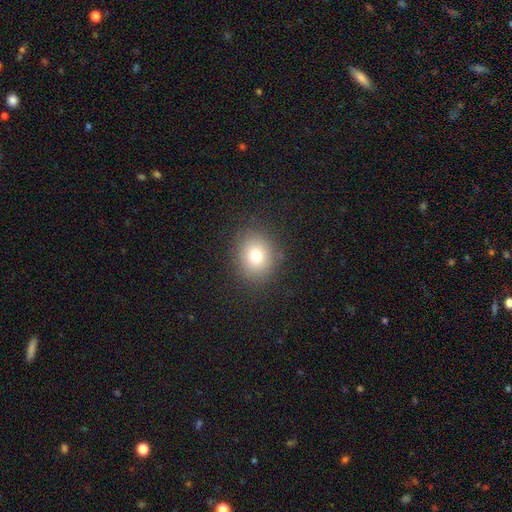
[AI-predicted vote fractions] This appears to be a smooth galaxy with no disk features (75%) that is round (74%). Merging: none (87%).